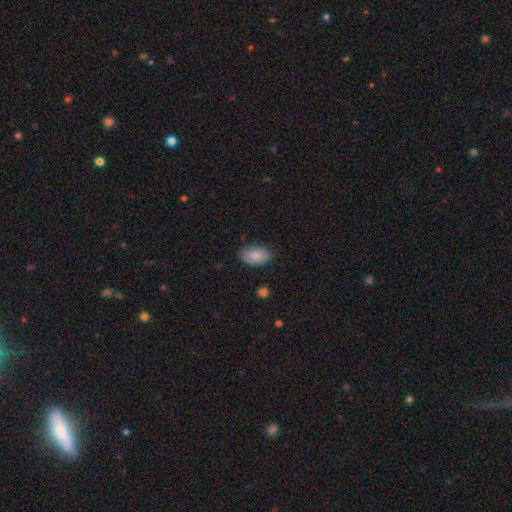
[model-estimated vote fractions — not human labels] Smooth or featured?
  - smooth: 85% *
  - featured or disk: 9%
  - star or artifact: 6%
How rounded?
  - in between: 93% *
  - round: 5%
  - cigar-shaped: 1%
Merging?
  - none: 83% *
  - minor disturbance: 13%
  - major disturbance: 3%
  - merger: 1%